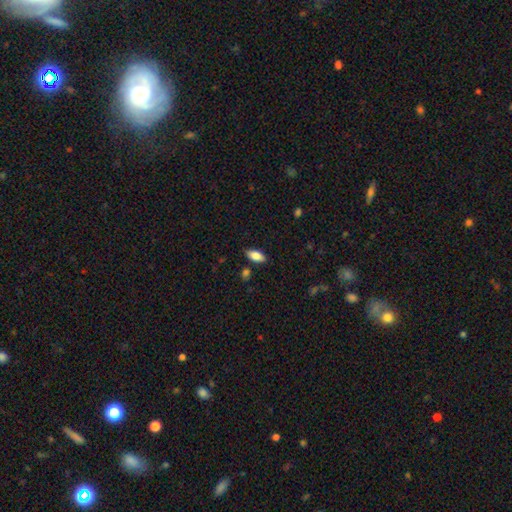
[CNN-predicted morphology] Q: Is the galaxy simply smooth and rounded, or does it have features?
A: smooth — 83%.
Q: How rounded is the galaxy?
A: in between — 88%.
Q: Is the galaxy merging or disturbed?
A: none — 84%.